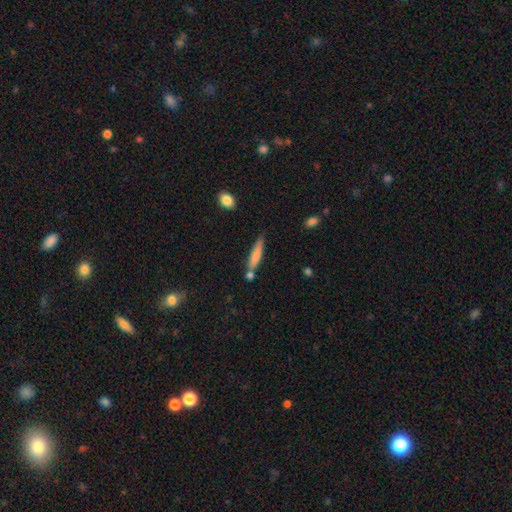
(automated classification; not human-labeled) This is likely a smooth galaxy (75%). How rounded: clearly cigar-shaped (86%). Merging: likely none (64%).